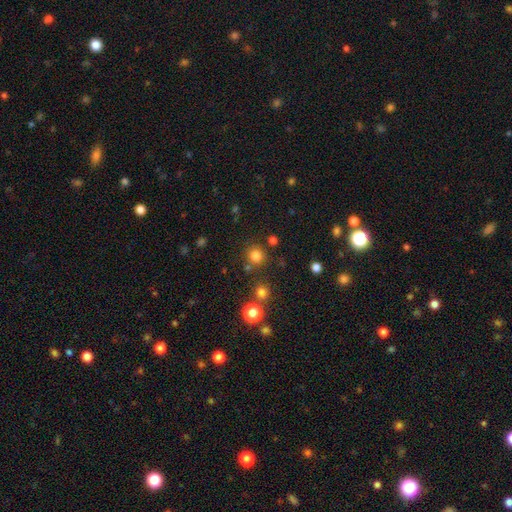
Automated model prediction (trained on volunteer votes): smooth-or-featured: smooth: 79% | star or artifact: 16% | featured or disk: 5%
  how-rounded: round: 92% | in between: 7% | cigar-shaped: 1%
  merging: none: 82% | minor disturbance: 8% | merger: 7% | major disturbance: 3%